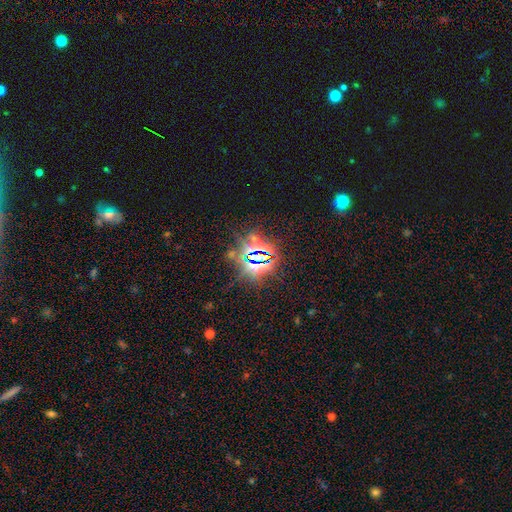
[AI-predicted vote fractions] smooth-or-featured: star or artifact: 83% | smooth: 9% | featured or disk: 8%